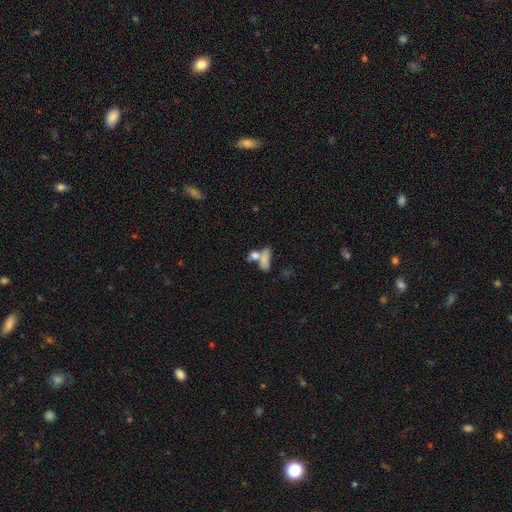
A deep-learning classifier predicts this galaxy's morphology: Smooth or featured? Predicted: smooth (p=0.73). How rounded? Predicted: in between (p=0.66). Merging? Predicted: merger (p=0.50).